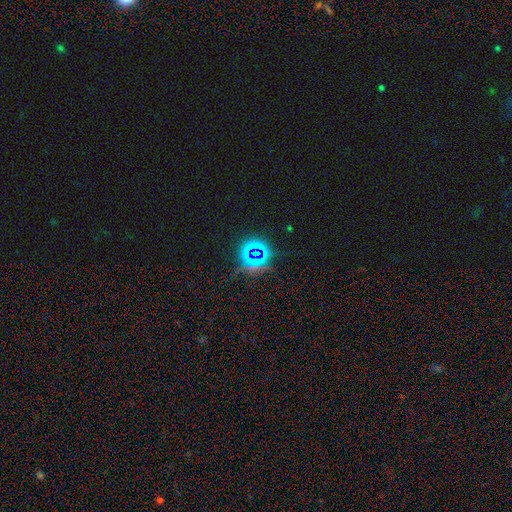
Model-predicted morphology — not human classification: Q: Smooth or featured?
A: star or artifact (76%); runner-up: smooth (16%)